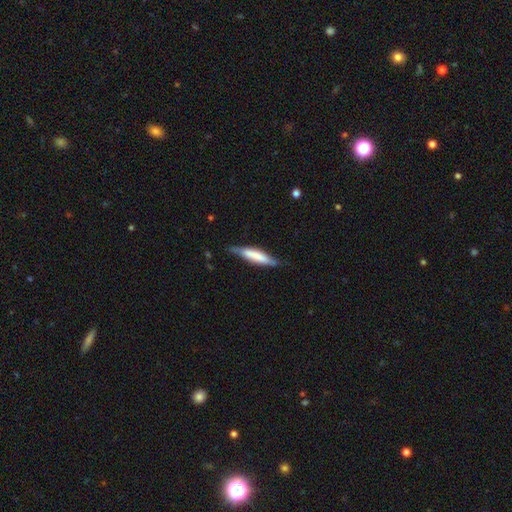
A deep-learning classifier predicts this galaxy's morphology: Smooth or featured: smooth — 62% (featured or disk — 33%)
How rounded: cigar-shaped — 82% (in between — 17%)
Merging: none — 71% (minor disturbance — 23%)